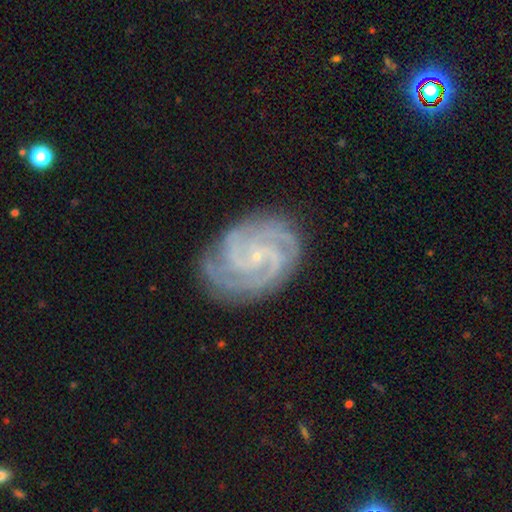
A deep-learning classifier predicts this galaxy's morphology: This is clearly a featured or disk galaxy (91%). It is clearly not viewed edge-on (98%). Bar: likely no (62%). Spiral arm pattern: clearly yes (99%). Spiral arm count: marginally 3 (33%). Spiral winding: likely tight (71%). Central bulge: clearly small (88%). Merging: clearly none (82%).